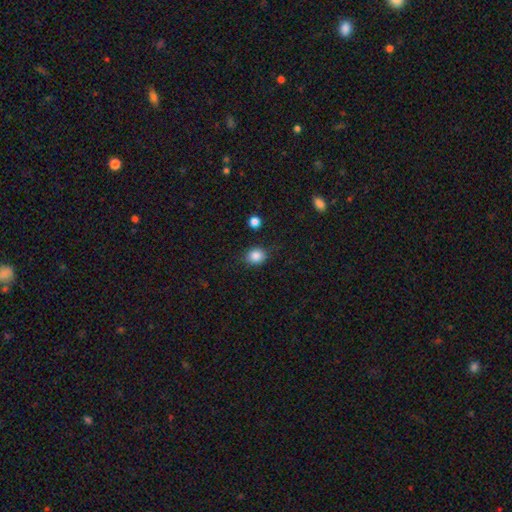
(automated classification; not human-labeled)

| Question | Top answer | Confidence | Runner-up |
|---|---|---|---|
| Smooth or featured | smooth | 86% | star or artifact (10%) |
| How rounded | round | 63% | in between (36%) |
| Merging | none | 82% | minor disturbance (12%) |